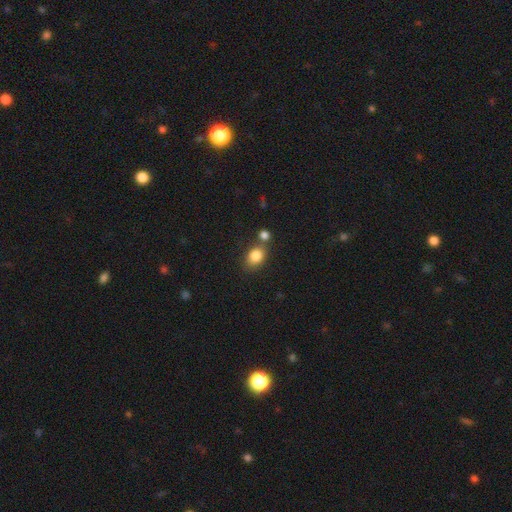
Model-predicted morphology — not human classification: smooth 84%, star or artifact 9%, featured or disk 7%. Down the decision tree: how rounded — in between (61%); merging — none (61%).